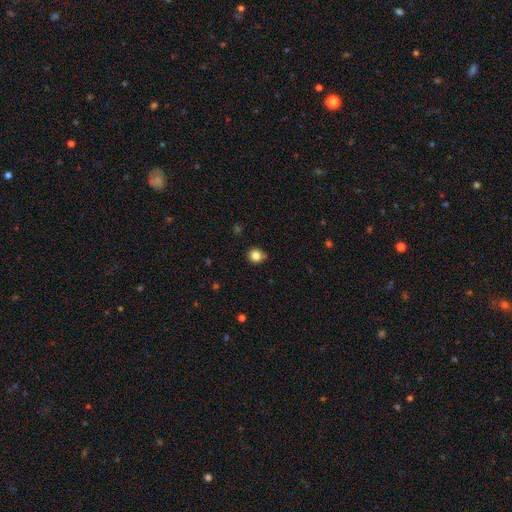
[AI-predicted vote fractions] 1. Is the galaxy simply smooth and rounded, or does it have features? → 83% smooth, 12% star or artifact, 5% featured or disk.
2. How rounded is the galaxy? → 90% round, 9% in between, 1% cigar-shaped.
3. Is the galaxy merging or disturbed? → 82% none, 13% minor disturbance, 2% major disturbance, 2% merger.